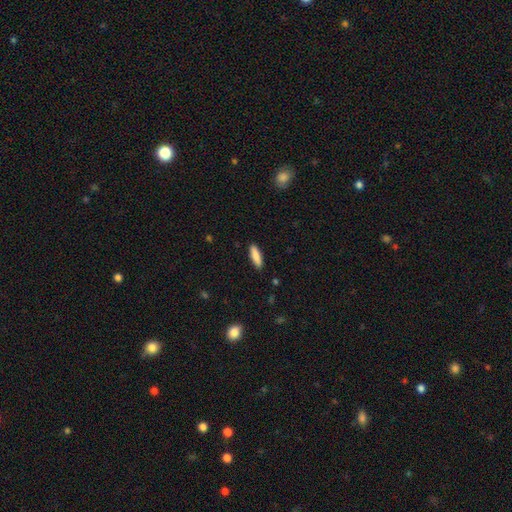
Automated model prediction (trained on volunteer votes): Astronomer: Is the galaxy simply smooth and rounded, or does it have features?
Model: smooth — 86%.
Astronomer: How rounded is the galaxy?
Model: cigar-shaped — 61% (runner-up: in between, 37%).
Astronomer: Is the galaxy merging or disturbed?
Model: none — 89%.